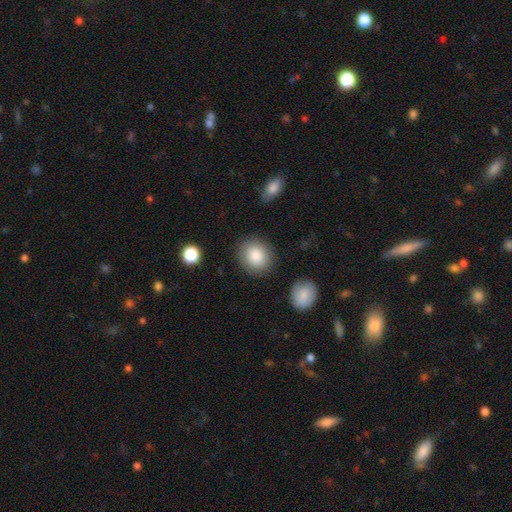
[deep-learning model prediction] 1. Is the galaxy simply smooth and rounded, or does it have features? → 86% smooth, 7% star or artifact, 6% featured or disk.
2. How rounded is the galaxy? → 80% round, 19% in between, 1% cigar-shaped.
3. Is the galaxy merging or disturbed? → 87% none, 8% minor disturbance, 3% major disturbance, 2% merger.